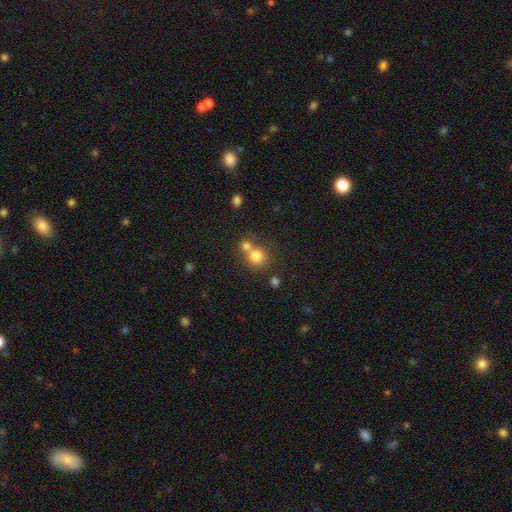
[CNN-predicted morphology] Overall: smooth (78%). How rounded: round (87%). Merging: none (47%; merger 43%).